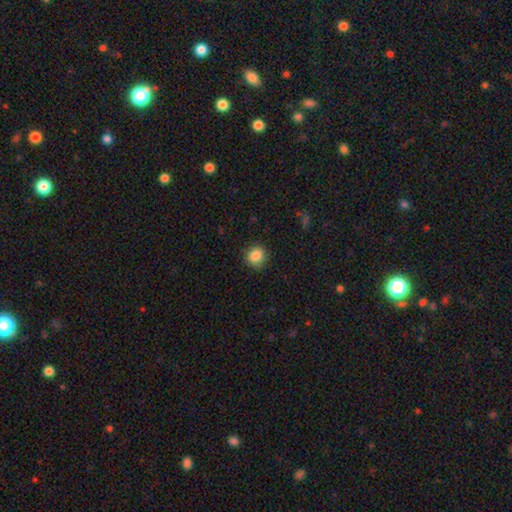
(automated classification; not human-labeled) Smooth or featured? Predicted: smooth (p=0.86). How rounded? Predicted: round (p=0.86). Merging? Predicted: none (p=0.89).